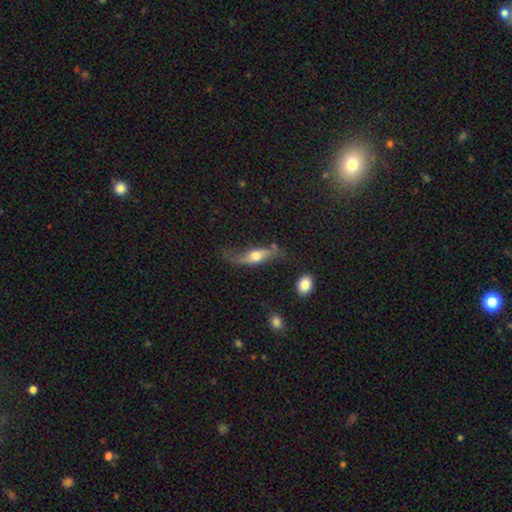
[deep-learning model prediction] Q: Smooth or featured?
A: featured or disk (63%); runner-up: smooth (30%)
Q: Edge-on disk?
A: yes (55%); runner-up: no (45%)
Q: Merging?
A: none (52%); runner-up: minor disturbance (25%)